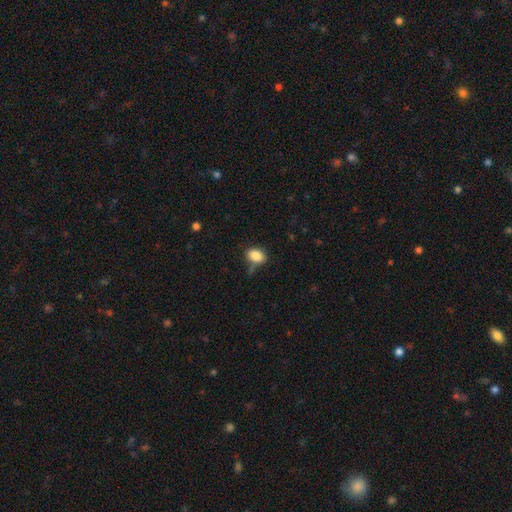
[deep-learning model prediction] A smooth galaxy with no disk features (86%) that is in between round and cigar-shaped (76%). Merging: none (71%).